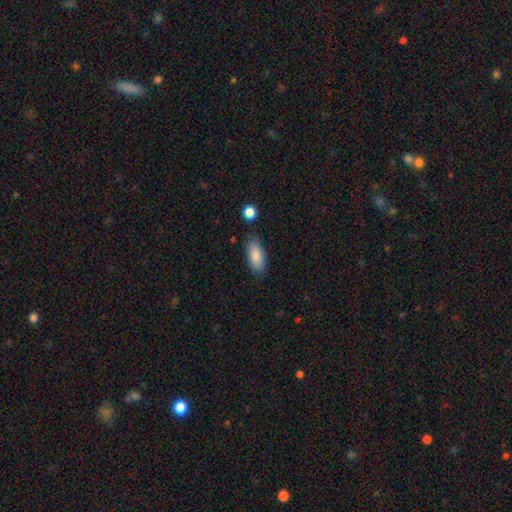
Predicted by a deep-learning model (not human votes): This is clearly a smooth galaxy (87%). How rounded: clearly in between (85%). Merging: likely none (79%).